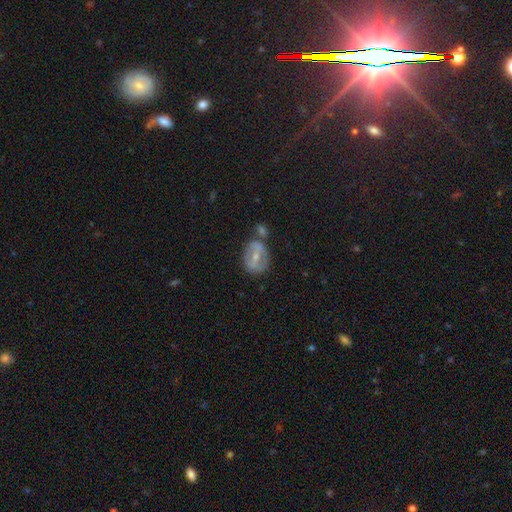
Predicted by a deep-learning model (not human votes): Smooth or featured?
  - featured or disk: 62% *
  - smooth: 29%
  - star or artifact: 9%
Edge-on disk?
  - no: 93% *
  - yes: 7%
Bar?
  - strong: 42% *
  - weak: 37%
  - no: 21%
Spiral arms?
  - no: 56% *
  - yes: 44%
Bulge size?
  - small: 49% *
  - moderate: 46%
  - none: 2%
  - large: 2%
  - dominant: 1%
Merging?
  - none: 54% *
  - merger: 20%
  - minor disturbance: 18%
  - major disturbance: 7%